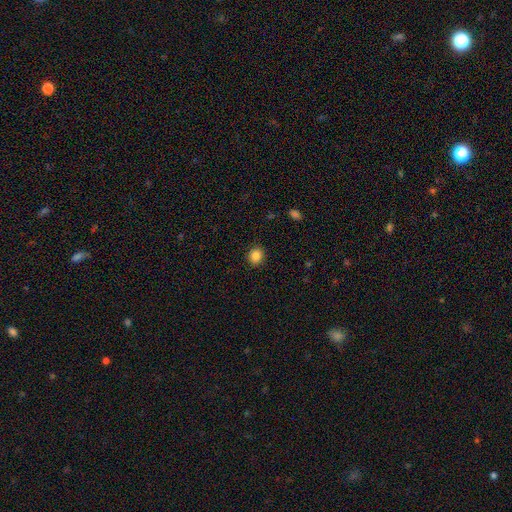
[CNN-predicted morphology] smooth 86%, star or artifact 11%, featured or disk 3%. Down the decision tree: how rounded — round (75%); merging — none (90%).